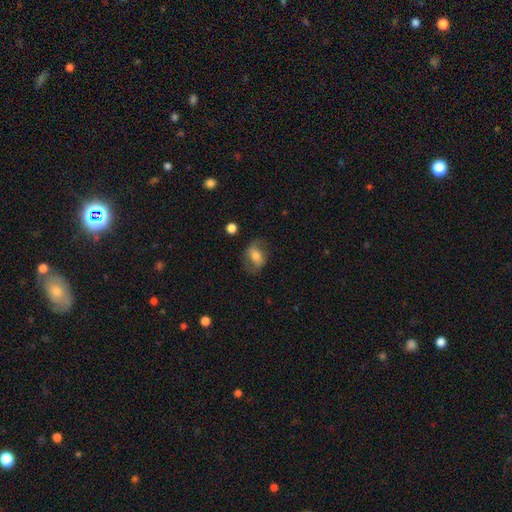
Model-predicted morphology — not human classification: Smooth or featured? smooth (60%)
How rounded? in between (74%)
Merging? none (68%)